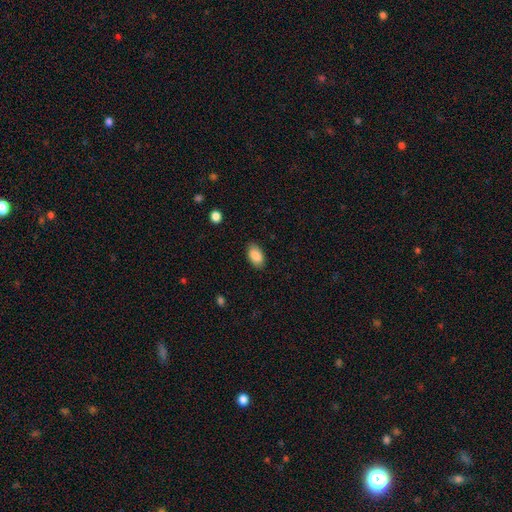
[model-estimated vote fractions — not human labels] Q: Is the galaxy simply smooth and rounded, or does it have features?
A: smooth — 88%.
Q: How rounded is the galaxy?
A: in between — 94%.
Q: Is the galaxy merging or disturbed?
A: none — 87%.